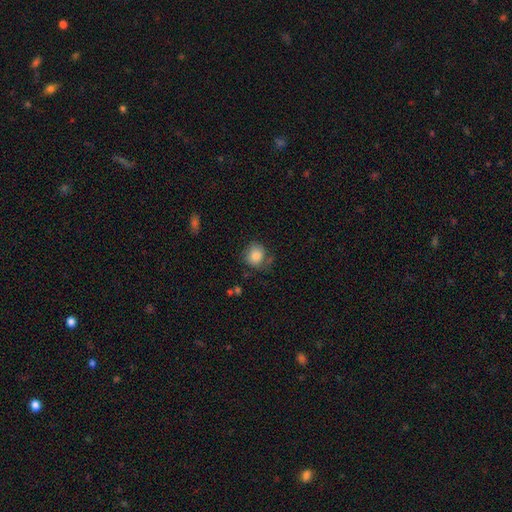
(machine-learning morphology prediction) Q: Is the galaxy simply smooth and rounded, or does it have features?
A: smooth — 81%.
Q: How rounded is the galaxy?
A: round — 75%.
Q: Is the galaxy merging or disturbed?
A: none — 62%.